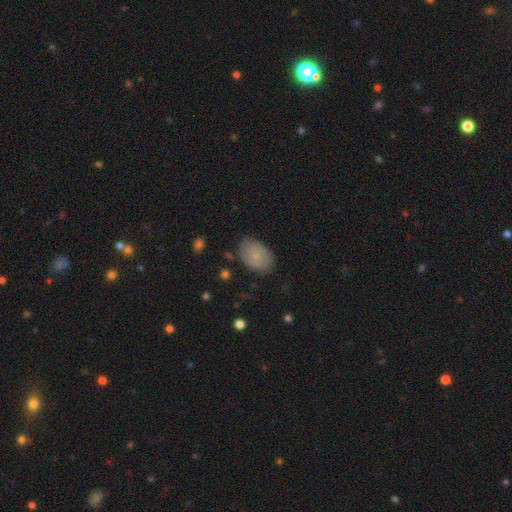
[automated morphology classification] Overall: smooth (62%; featured or disk 31%). How rounded: in between (83%). Merging: none (75%).